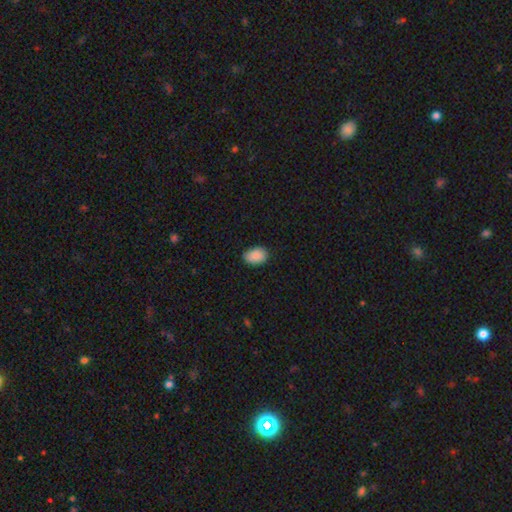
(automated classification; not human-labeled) A smooth galaxy with no disk features (88%) that is in between round and cigar-shaped (82%). Merging: none (82%).